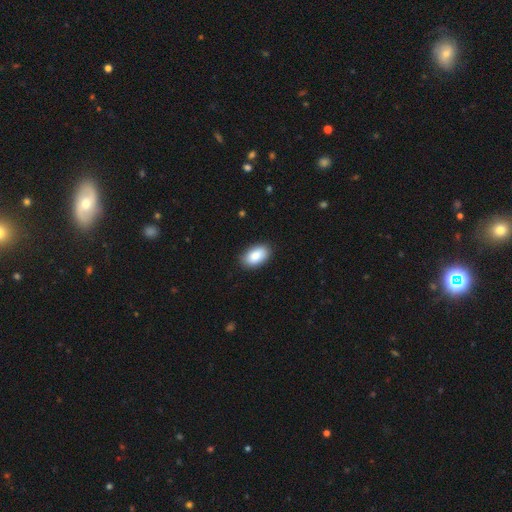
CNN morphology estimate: This appears to be a smooth galaxy with no disk features (89%) that is in between round and cigar-shaped (94%). Merging: none (88%).